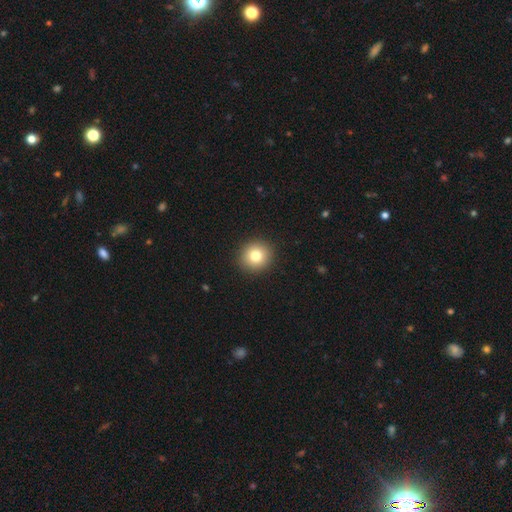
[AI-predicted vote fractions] smooth-or-featured: smooth: 80% | star or artifact: 10% | featured or disk: 10%
  how-rounded: round: 90% | in between: 9% | cigar-shaped: 1%
  merging: none: 92% | minor disturbance: 5% | major disturbance: 2% | merger: 1%